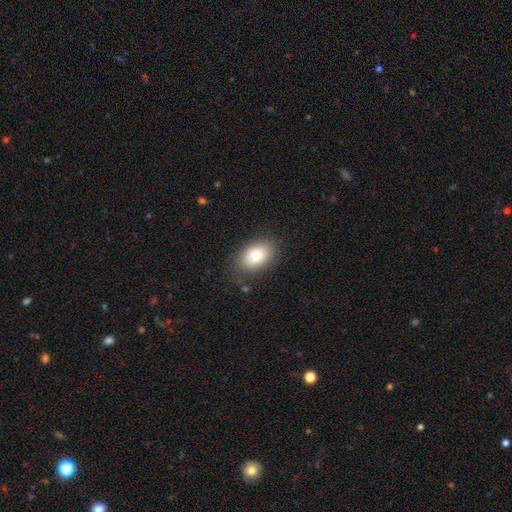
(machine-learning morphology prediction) smooth-or-featured: smooth: 80% | featured or disk: 11% | star or artifact: 8%
  how-rounded: in between: 88% | round: 11% | cigar-shaped: 1%
  merging: none: 83% | minor disturbance: 12% | major disturbance: 3% | merger: 1%